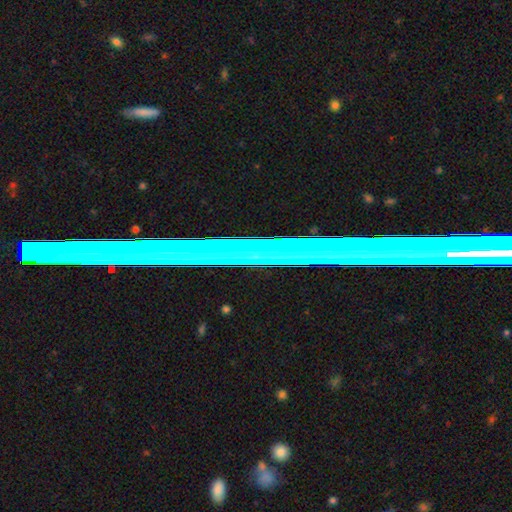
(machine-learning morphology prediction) Q: Smooth or featured?
A: star or artifact (58%); runner-up: featured or disk (29%)